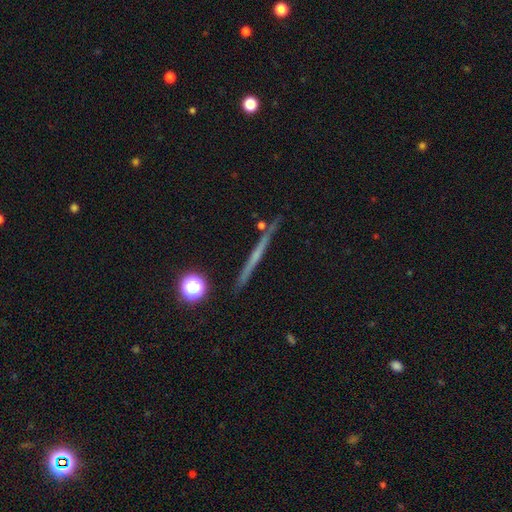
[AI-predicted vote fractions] smooth-or-featured: featured or disk: 59% | smooth: 31% | star or artifact: 10%
  disk-edge-on: yes: 97% | no: 3%
    edge-on-bulge: none: 83% | rounded: 13% | boxy: 4%
  merging: none: 89% | minor disturbance: 7% | merger: 2% | major disturbance: 2%